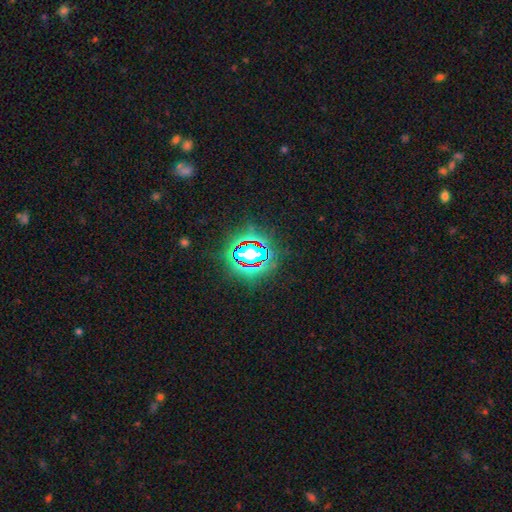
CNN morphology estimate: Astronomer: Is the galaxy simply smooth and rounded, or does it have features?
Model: star or artifact — 80%.